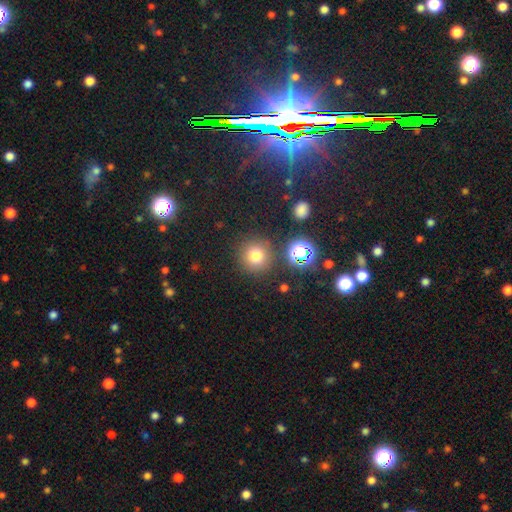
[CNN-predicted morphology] A smooth galaxy with no disk features (74%) that is round (95%). Merging: none (86%).